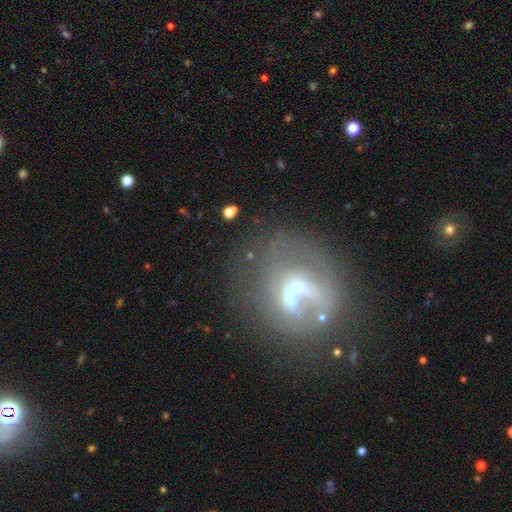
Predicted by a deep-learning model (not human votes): The model was most divided on "bulge size": moderate: 36%, small: 35%, none: 19%, large: 7%, dominant: 3%. Remaining: edge-on disk — no (95%); smooth or featured — featured or disk (60%); spiral arms — no (59%); bar — no (54%); merging — none (42%).